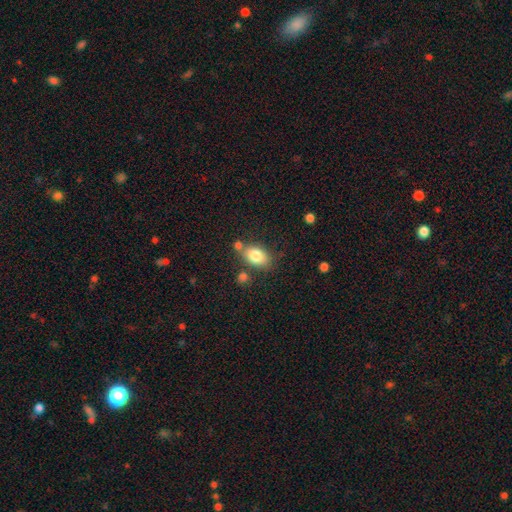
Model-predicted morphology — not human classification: Smooth or featured? Predicted: smooth (p=0.81). How rounded? Predicted: in between (p=0.83). Merging? Predicted: none (p=0.67).